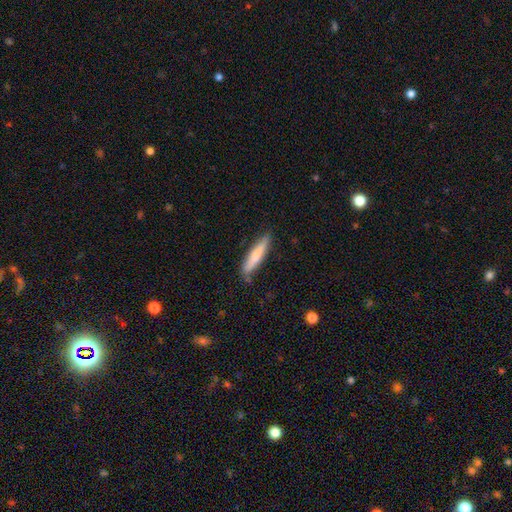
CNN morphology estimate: Overall: smooth (71%). How rounded: cigar-shaped (86%). Merging: none (79%).